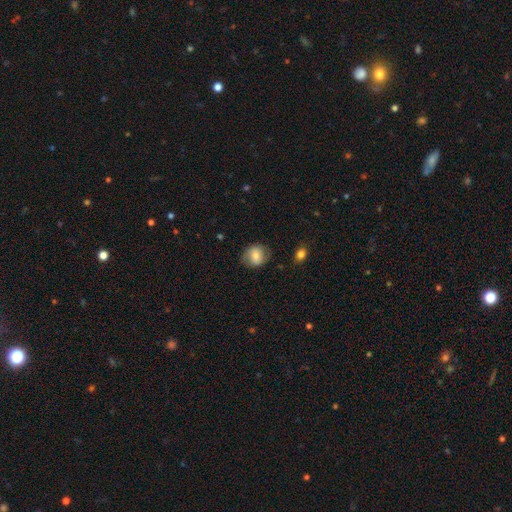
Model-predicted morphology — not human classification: This is likely a smooth galaxy (64%). How rounded: likely round (71%). Merging: likely none (75%).